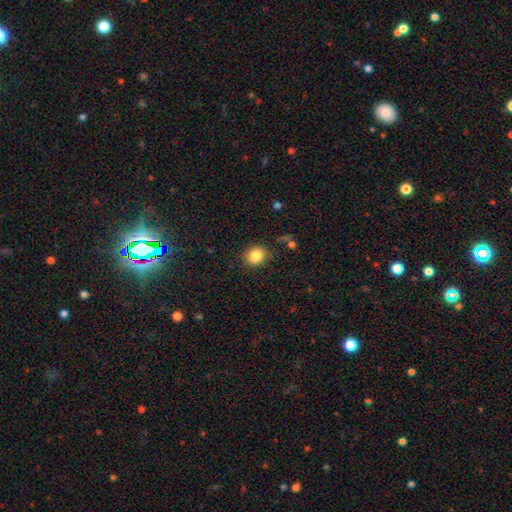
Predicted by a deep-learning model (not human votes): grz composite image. It shows a smooth galaxy with no disk features (86%) that is round (70%). Merging: none (85%).